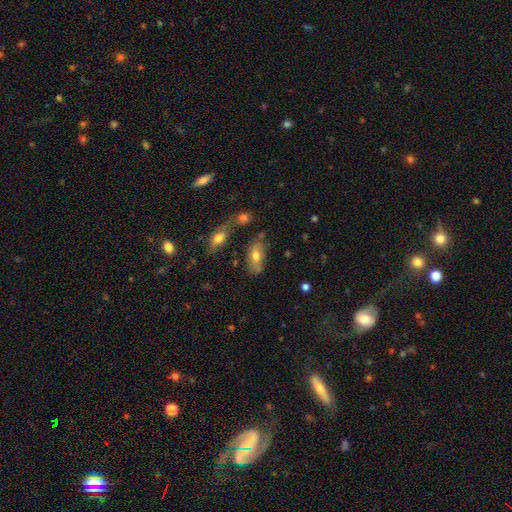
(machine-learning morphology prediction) Smooth or featured? smooth (67%)
How rounded? in between (86%)
Merging? none (60%)